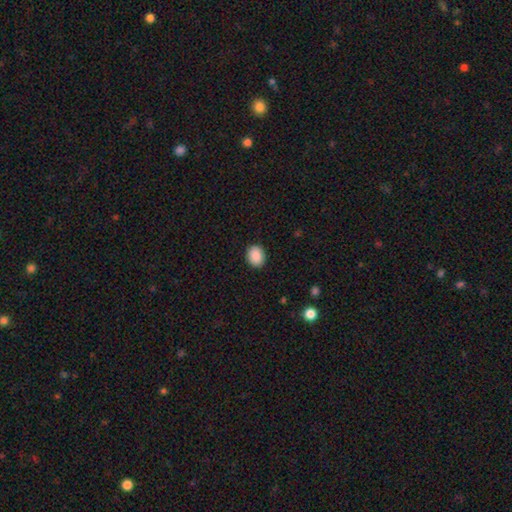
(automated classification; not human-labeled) Smooth or featured? Predicted: smooth (p=0.90). How rounded? Predicted: in between (p=0.51). Merging? Predicted: none (p=0.90).